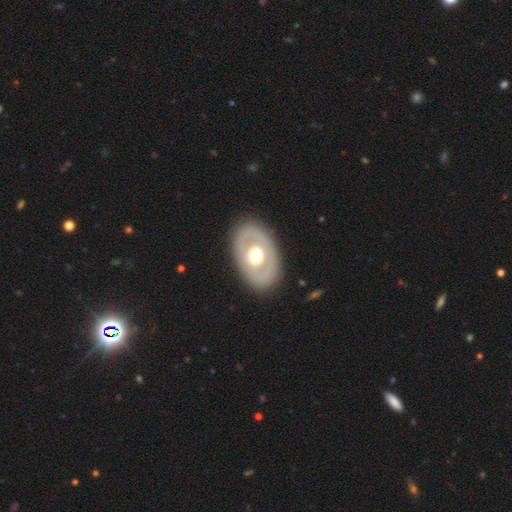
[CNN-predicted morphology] Smooth or featured? featured or disk (55%)
Edge-on disk? no (90%)
Merging? none (84%)